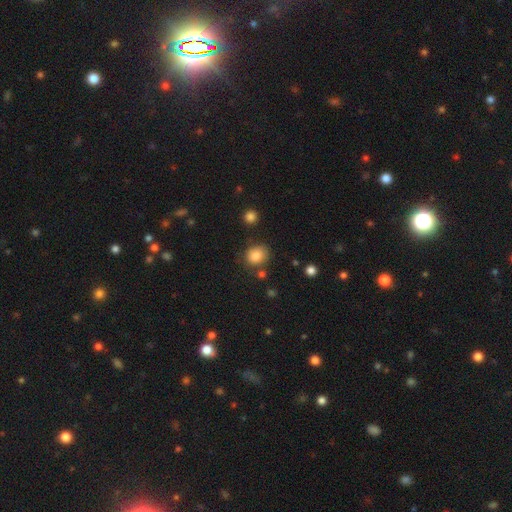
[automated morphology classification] Q: Smooth or featured?
A: smooth (85%); runner-up: star or artifact (10%)
Q: How rounded?
A: round (65%); runner-up: in between (34%)
Q: Merging?
A: none (75%); runner-up: minor disturbance (15%)